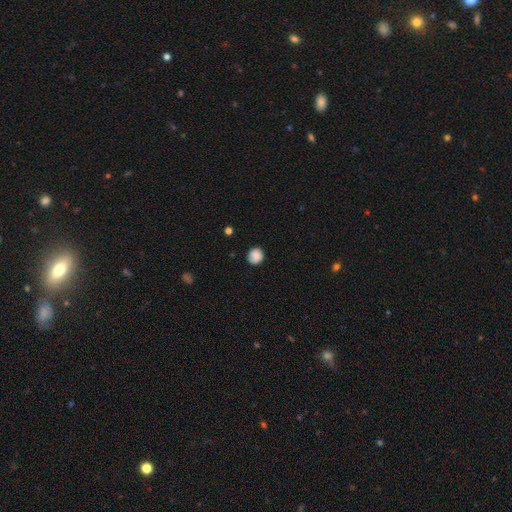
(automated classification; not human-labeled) Smooth or featured?
  - smooth: 87% *
  - star or artifact: 9%
  - featured or disk: 5%
How rounded?
  - round: 86% *
  - in between: 13%
  - cigar-shaped: 1%
Merging?
  - none: 82% *
  - minor disturbance: 13%
  - major disturbance: 3%
  - merger: 1%